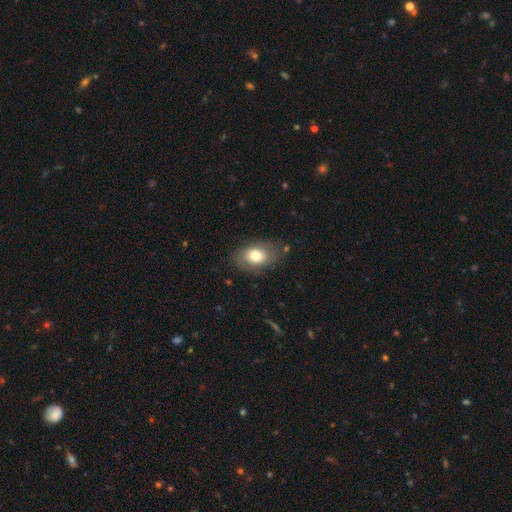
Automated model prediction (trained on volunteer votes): Overall: smooth (72%). How rounded: in between (81%). Merging: none (75%).